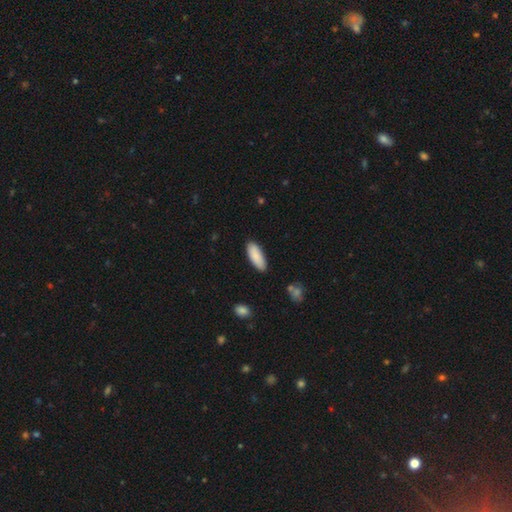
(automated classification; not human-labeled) Smooth or featured? Predicted: smooth (p=0.87). How rounded? Predicted: in between (p=0.75). Merging? Predicted: none (p=0.87).